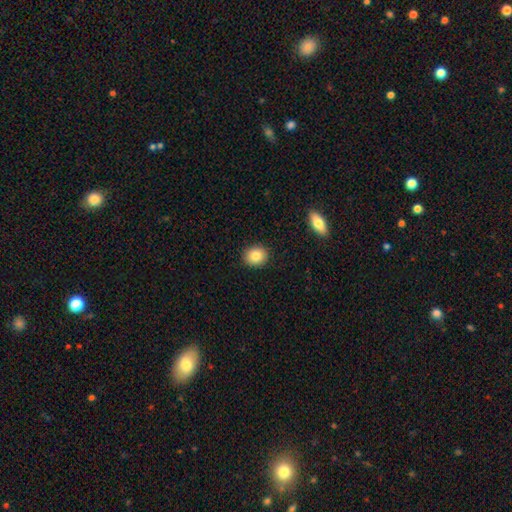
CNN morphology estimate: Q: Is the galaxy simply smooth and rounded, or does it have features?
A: smooth — 84%.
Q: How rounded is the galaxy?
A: round — 68%.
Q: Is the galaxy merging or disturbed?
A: none — 91%.